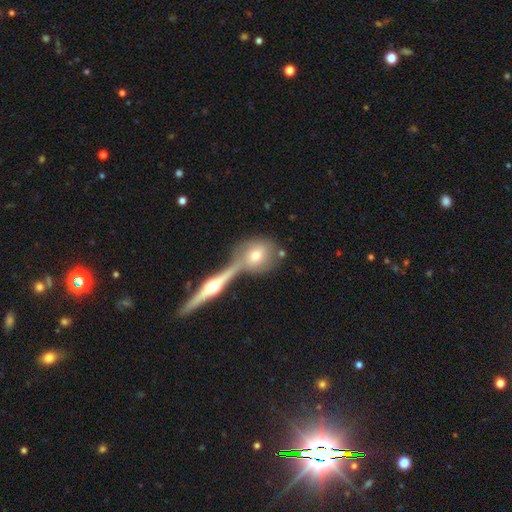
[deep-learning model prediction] smooth-or-featured: smooth: 62% | featured or disk: 29% | star or artifact: 8%
  how-rounded: round: 72% | in between: 22% | cigar-shaped: 6%
  merging: none: 53% | merger: 34% | minor disturbance: 9% | major disturbance: 4%